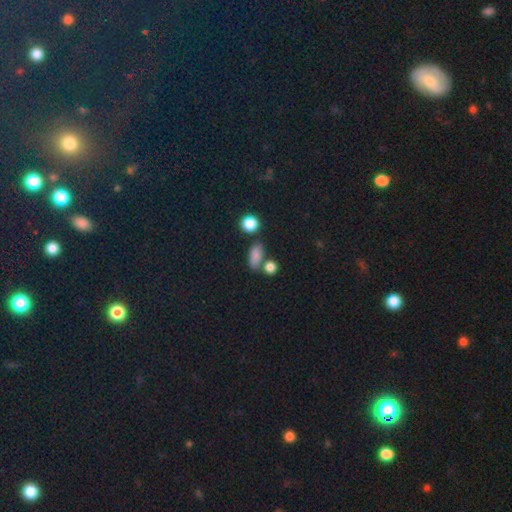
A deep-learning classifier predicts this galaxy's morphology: type=smooth (81%); roundness=in between (74%); merging=none (67%).